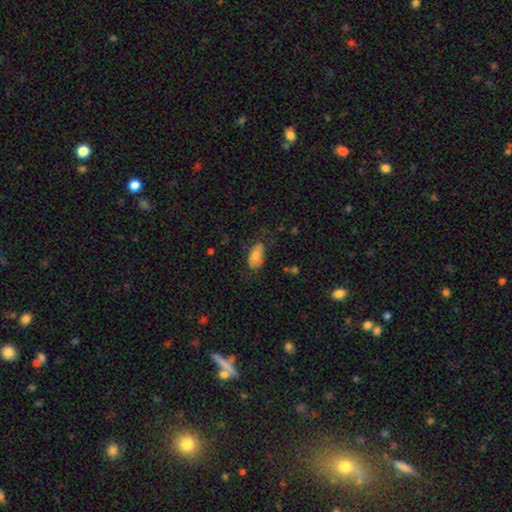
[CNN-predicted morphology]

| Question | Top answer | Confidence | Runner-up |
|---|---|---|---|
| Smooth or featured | smooth | 76% | featured or disk (17%) |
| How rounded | in between | 93% | round (4%) |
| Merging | none | 63% | minor disturbance (24%) |